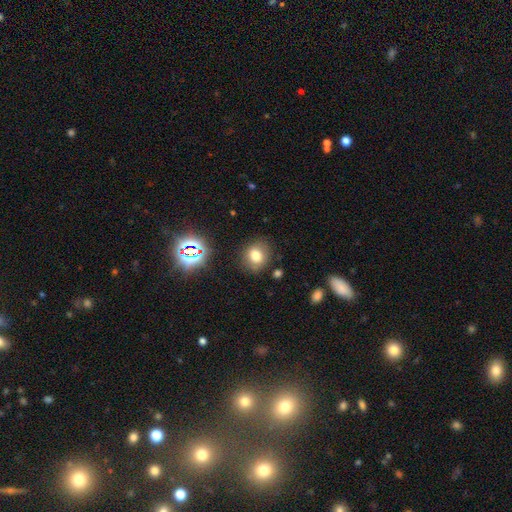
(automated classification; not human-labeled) smooth_or_featured: smooth (p=0.74) [alt: star or artifact p=0.16]
how_rounded: round (p=0.71) [alt: in between p=0.28]
merging: none (p=0.83) [alt: minor disturbance p=0.12]